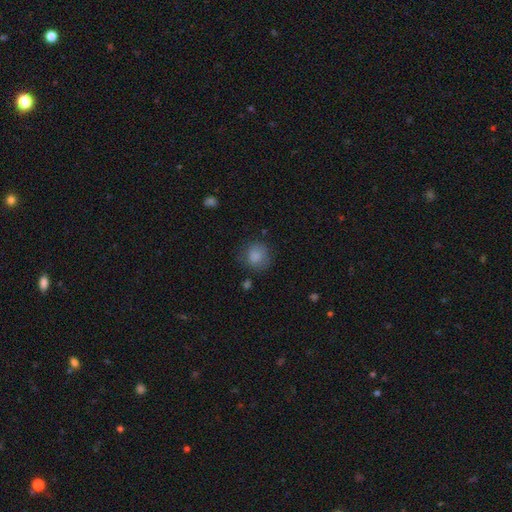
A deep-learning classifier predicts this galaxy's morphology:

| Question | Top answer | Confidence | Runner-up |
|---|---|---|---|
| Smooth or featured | smooth | 84% | star or artifact (9%) |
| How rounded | round | 83% | in between (16%) |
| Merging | none | 72% | minor disturbance (19%) |